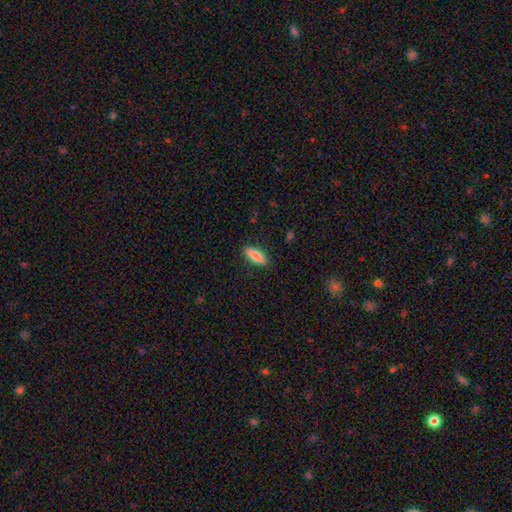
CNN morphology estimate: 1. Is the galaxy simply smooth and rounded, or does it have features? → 83% smooth, 11% featured or disk, 6% star or artifact.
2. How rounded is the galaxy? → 50% in between, 48% cigar-shaped, 2% round.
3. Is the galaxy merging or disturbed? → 88% none, 8% minor disturbance, 2% major disturbance, 1% merger.